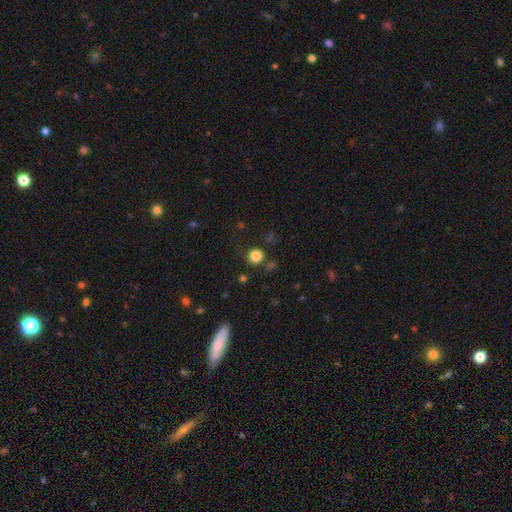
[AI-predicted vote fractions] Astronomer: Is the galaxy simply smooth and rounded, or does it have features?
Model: smooth — 82%.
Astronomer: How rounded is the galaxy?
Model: round — 89%.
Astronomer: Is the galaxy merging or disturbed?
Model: none — 80%.